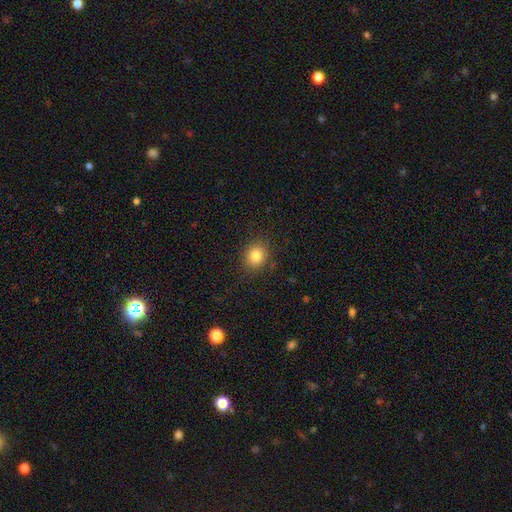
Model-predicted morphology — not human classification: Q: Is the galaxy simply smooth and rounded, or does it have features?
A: smooth — 81%.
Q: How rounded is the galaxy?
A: round — 75%.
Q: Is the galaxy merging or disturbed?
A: none — 88%.